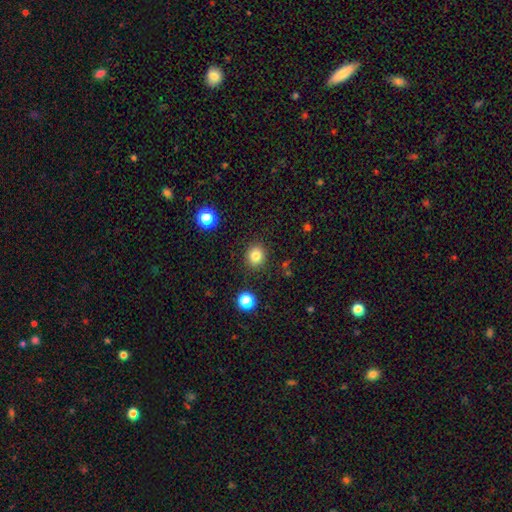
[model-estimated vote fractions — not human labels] smooth 82%, star or artifact 12%, featured or disk 6%. Down the decision tree: how rounded — round (81%); merging — none (88%).